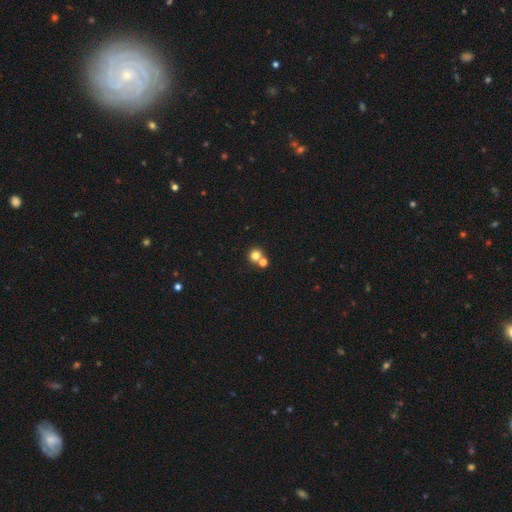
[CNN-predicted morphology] A smooth galaxy with no disk features (77%) that is round (87%). Merging: none (54%).